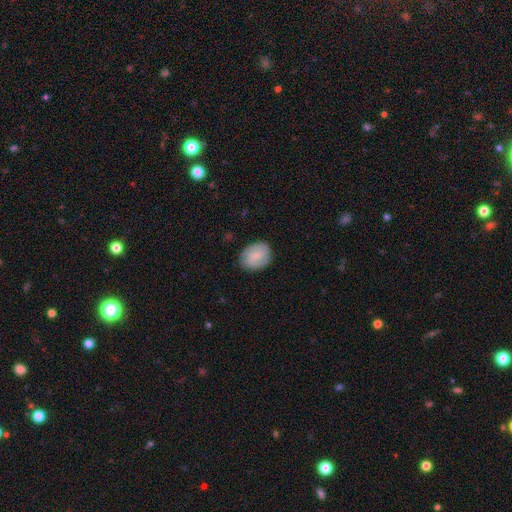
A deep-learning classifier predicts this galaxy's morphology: This is likely a smooth galaxy (74%). How rounded: possibly in between (54%). Merging: clearly none (81%).